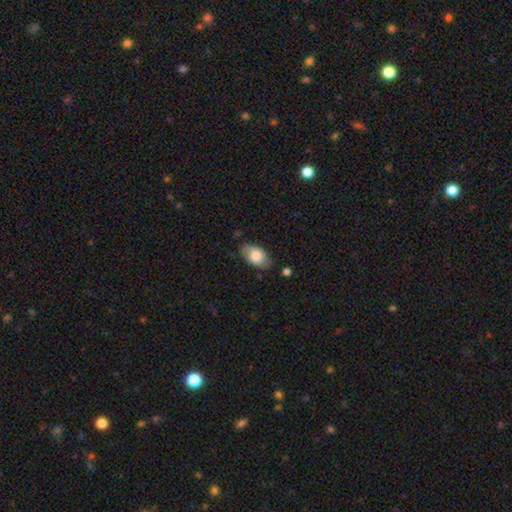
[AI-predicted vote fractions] Smooth or featured?
  - smooth: 72% *
  - featured or disk: 21%
  - star or artifact: 7%
How rounded?
  - in between: 92% *
  - round: 6%
  - cigar-shaped: 2%
Merging?
  - none: 75% *
  - minor disturbance: 19%
  - major disturbance: 4%
  - merger: 2%